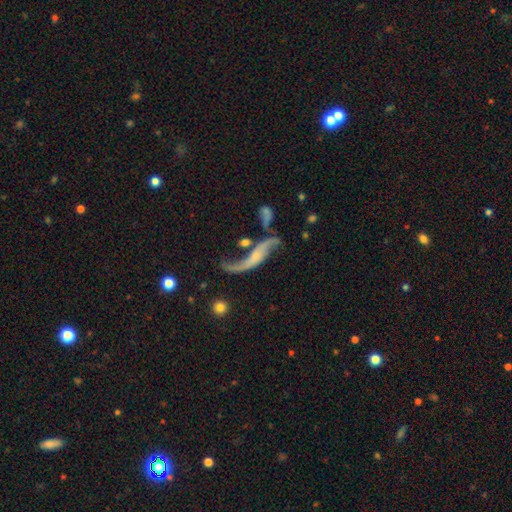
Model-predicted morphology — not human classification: smooth_or_featured: featured or disk (p=0.79) [alt: smooth p=0.13]
disk_edge_on: no (p=0.81) [alt: yes p=0.19]
bar: no (p=0.56) [alt: weak p=0.29]
has_spiral_arms: yes (p=0.87) [alt: no p=0.13]
spiral_winding: loose (p=0.92) [alt: medium p=0.06]
spiral_arm_count: 2 (p=0.85) [alt: 1 p=0.09]
bulge_size: small (p=0.47) [alt: none p=0.29]
merging: none (p=0.37) [alt: major disturbance p=0.23]